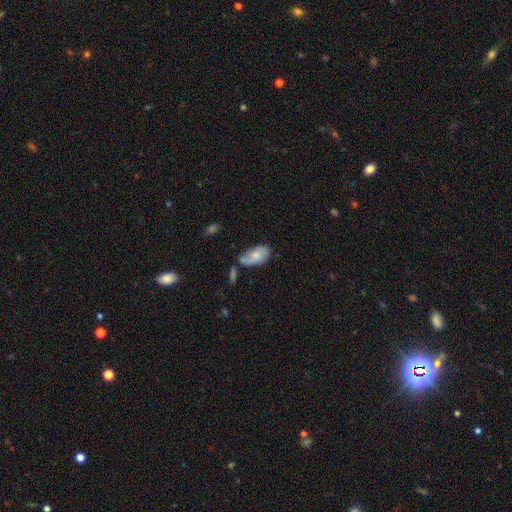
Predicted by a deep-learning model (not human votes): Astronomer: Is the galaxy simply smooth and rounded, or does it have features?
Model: smooth — 68%.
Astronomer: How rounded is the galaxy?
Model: in between — 92%.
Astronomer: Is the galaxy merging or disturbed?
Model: none — 42% (runner-up: minor disturbance, 29%).